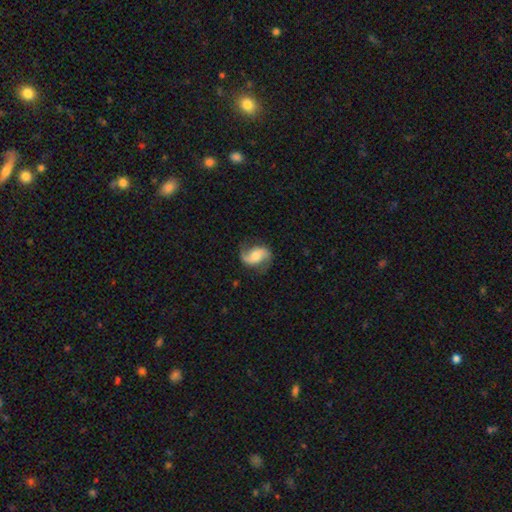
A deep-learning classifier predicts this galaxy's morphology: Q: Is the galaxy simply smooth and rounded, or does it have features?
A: featured or disk — 76%.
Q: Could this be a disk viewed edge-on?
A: no — 97%.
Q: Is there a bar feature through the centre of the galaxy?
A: no — 52%.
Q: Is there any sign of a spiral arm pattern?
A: yes — 94%.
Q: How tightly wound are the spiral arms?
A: loose — 54%.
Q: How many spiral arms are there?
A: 2 — 90%.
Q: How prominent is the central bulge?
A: moderate — 55%.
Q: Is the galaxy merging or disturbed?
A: none — 74%.